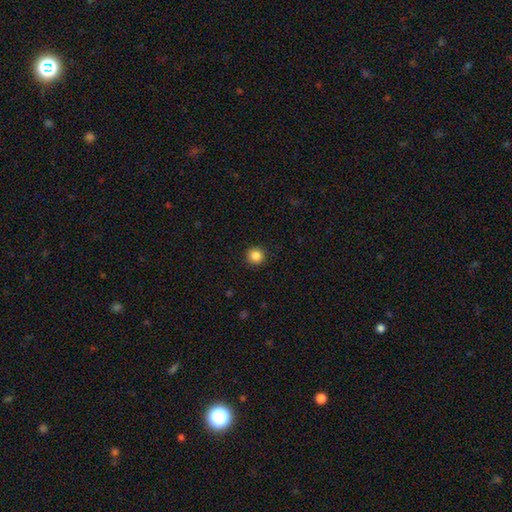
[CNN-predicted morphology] Smooth or featured? smooth (86%)
How rounded? round (95%)
Merging? none (93%)